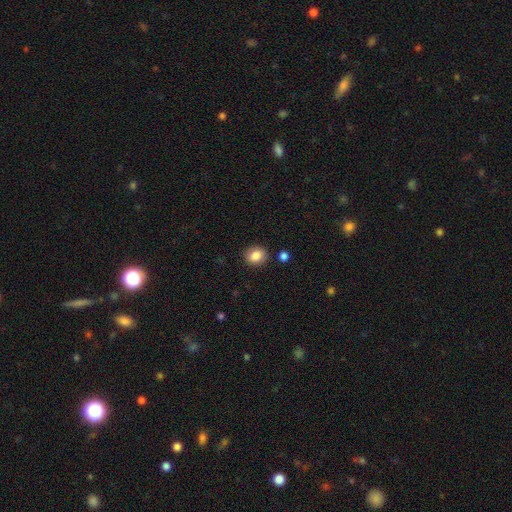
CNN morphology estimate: Smooth or featured: smooth — 86% (star or artifact — 9%)
How rounded: round — 65% (in between — 34%)
Merging: none — 87% (minor disturbance — 8%)